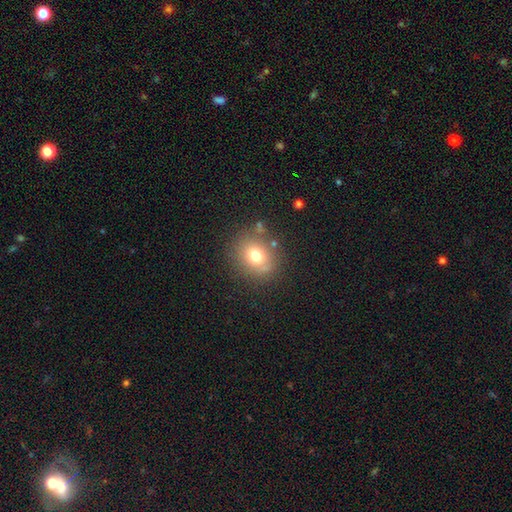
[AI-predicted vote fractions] This is likely a smooth galaxy (72%). How rounded: likely round (71%). Merging: likely none (78%).